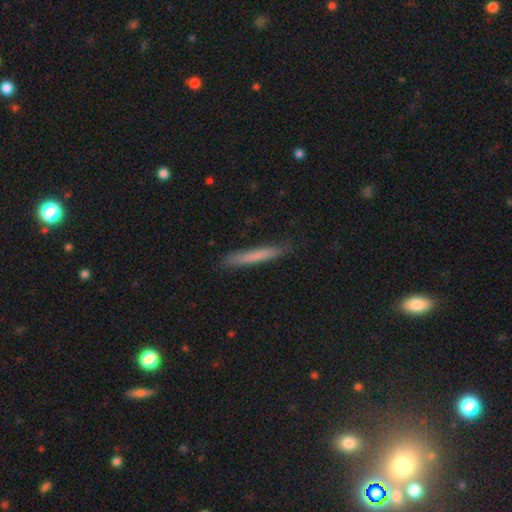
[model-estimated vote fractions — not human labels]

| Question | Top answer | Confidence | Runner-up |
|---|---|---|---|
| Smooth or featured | smooth | 73% | featured or disk (21%) |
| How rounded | cigar-shaped | 96% | in between (3%) |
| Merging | none | 84% | minor disturbance (12%) |